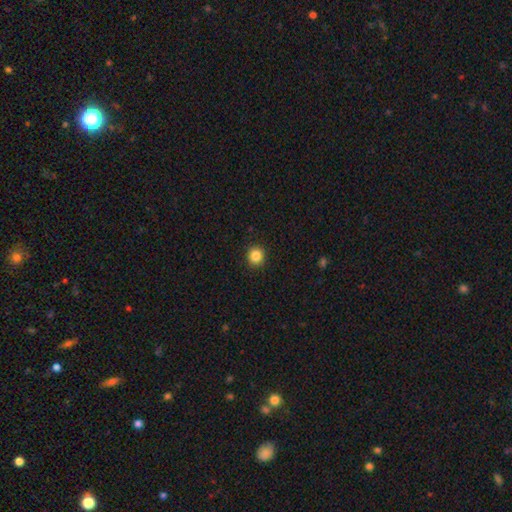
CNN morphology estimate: Smooth or featured: smooth — 86% (star or artifact — 10%)
How rounded: round — 88% (in between — 11%)
Merging: none — 92% (minor disturbance — 5%)